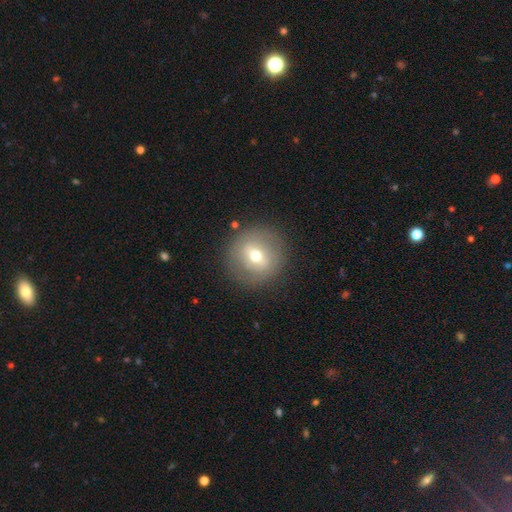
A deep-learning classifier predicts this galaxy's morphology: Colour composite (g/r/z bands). It shows a smooth galaxy with no disk features (55%) that is round (92%). Merging: none (87%).